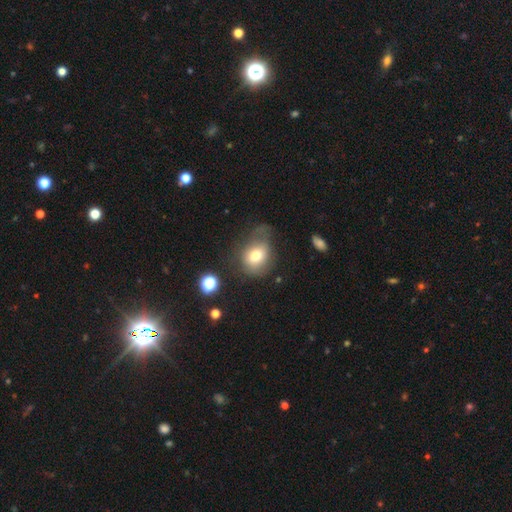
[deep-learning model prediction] This is likely a smooth galaxy (72%). How rounded: possibly round (52%). Merging: marginally none (40%).